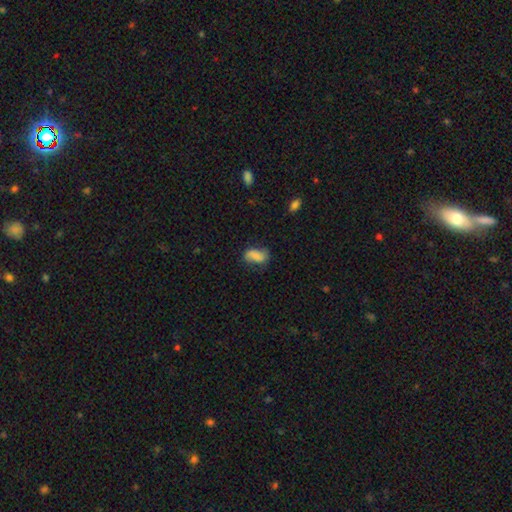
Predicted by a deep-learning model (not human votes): Smooth or featured?
  - smooth: 75% *
  - featured or disk: 16%
  - star or artifact: 9%
How rounded?
  - in between: 91% *
  - round: 6%
  - cigar-shaped: 3%
Merging?
  - none: 57% *
  - minor disturbance: 30%
  - major disturbance: 11%
  - merger: 2%